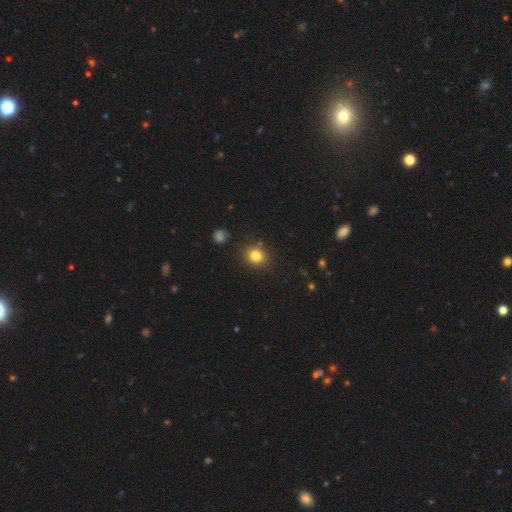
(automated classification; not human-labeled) A smooth galaxy with no disk features (82%) that is round (70%).

Vote fractions:
- Smooth or featured? smooth: 82% / star or artifact: 12% / featured or disk: 6%
- How rounded? round: 70% / in between: 29% / cigar-shaped: 1%
- Merging? none: 84% / minor disturbance: 10% / merger: 3% / major disturbance: 3%